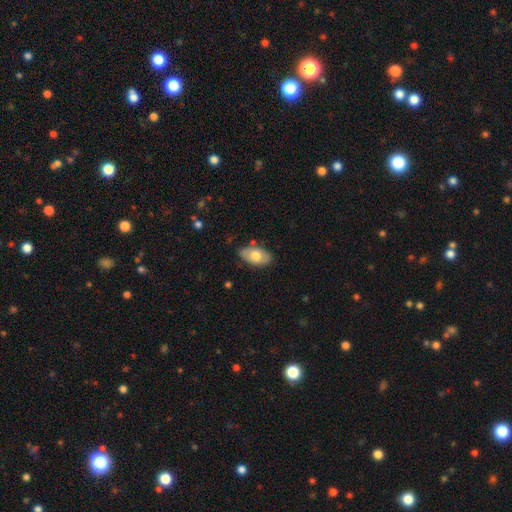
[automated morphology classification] Smooth or featured: smooth — 60% (featured or disk — 34%)
How rounded: in between — 93% (round — 5%)
Merging: none — 79% (minor disturbance — 16%)